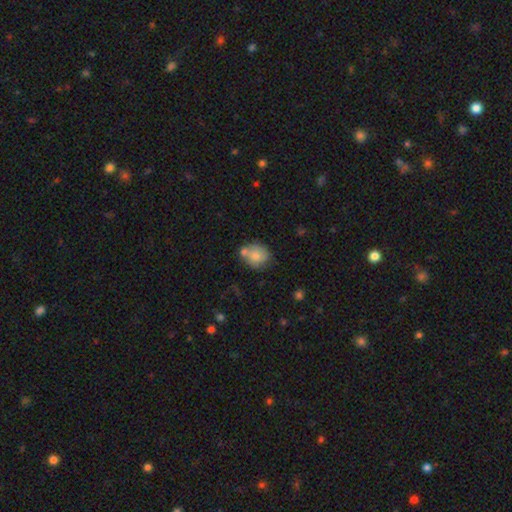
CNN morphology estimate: smooth 72%, featured or disk 20%, star or artifact 8%. Down the decision tree: how rounded — round (65%); merging — none (49%).